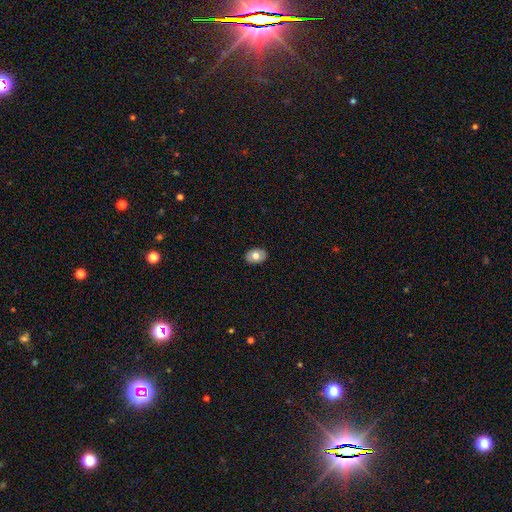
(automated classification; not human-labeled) A smooth galaxy with no disk features (74%) that is in between round and cigar-shaped (79%).

Vote fractions:
- Smooth or featured? smooth: 74% / featured or disk: 18% / star or artifact: 7%
- How rounded? in between: 79% / round: 20% / cigar-shaped: 1%
- Merging? none: 89% / minor disturbance: 8% / major disturbance: 2% / merger: 1%